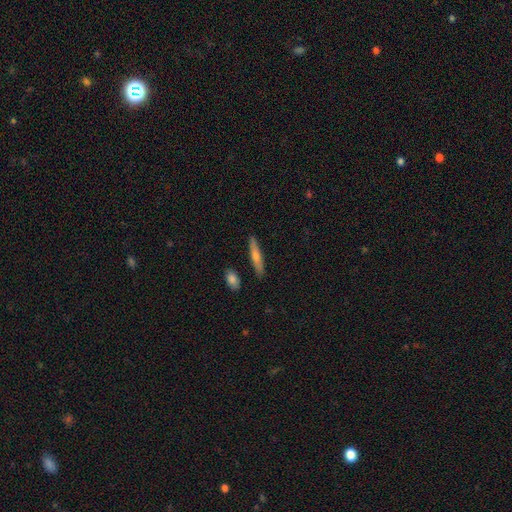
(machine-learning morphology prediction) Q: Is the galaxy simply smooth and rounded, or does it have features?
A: smooth — 54%.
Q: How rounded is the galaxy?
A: cigar-shaped — 89%.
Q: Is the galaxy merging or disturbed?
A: none — 88%.